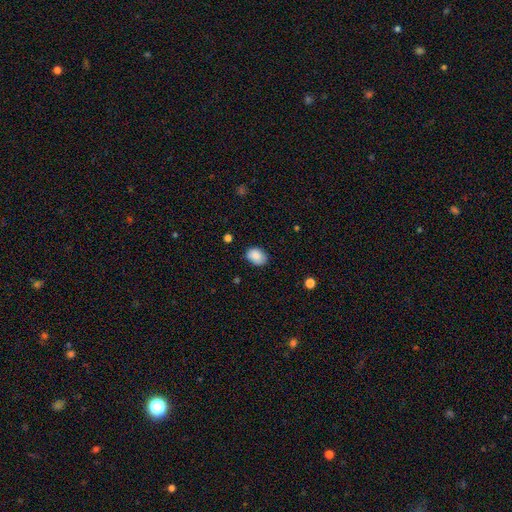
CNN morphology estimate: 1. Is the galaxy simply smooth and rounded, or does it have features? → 88% smooth, 7% star or artifact, 5% featured or disk.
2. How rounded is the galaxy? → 74% in between, 25% round, 1% cigar-shaped.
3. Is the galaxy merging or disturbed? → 81% none, 15% minor disturbance, 3% major disturbance, 1% merger.